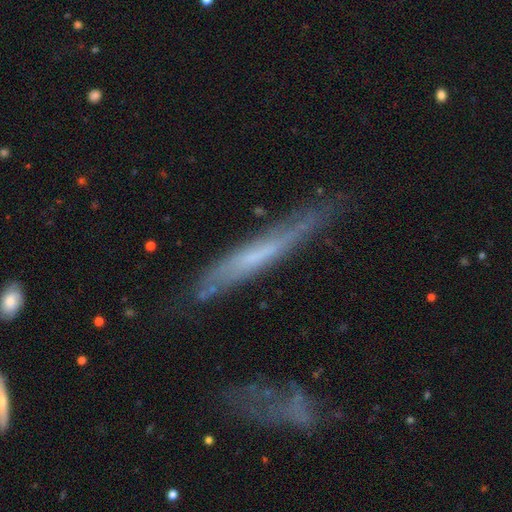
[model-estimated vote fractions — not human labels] Smooth or featured? Predicted: featured or disk (p=0.56). Edge-on disk? Predicted: yes (p=0.80). Merging? Predicted: none (p=0.69).